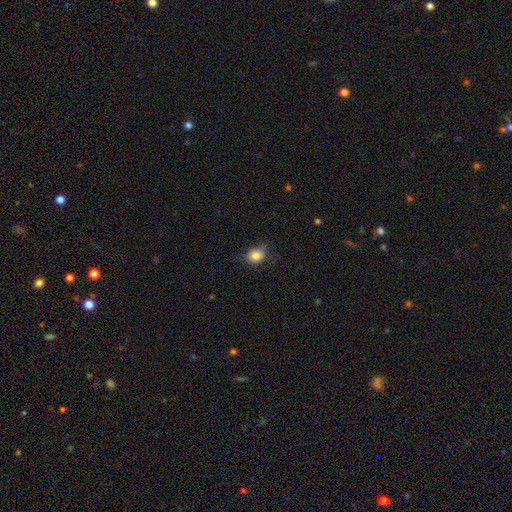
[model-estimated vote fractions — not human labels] Smooth or featured?
  - smooth: 83% *
  - star or artifact: 10%
  - featured or disk: 7%
How rounded?
  - round: 53% *
  - in between: 46%
  - cigar-shaped: 1%
Merging?
  - none: 73% *
  - minor disturbance: 21%
  - major disturbance: 5%
  - merger: 1%